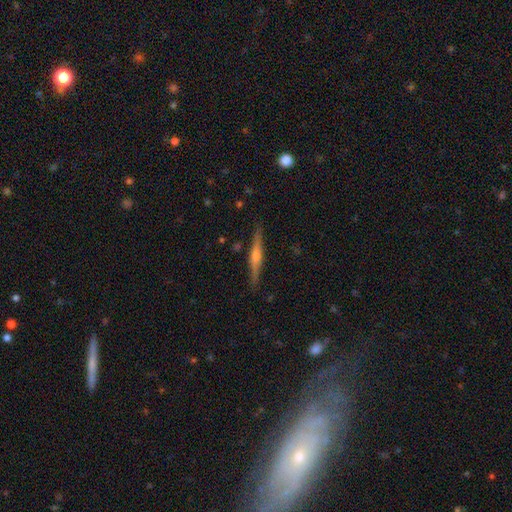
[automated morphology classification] type=featured or disk (72%); edge-on=yes (98%); edge-on bulge=rounded (83%); merging=none (89%).